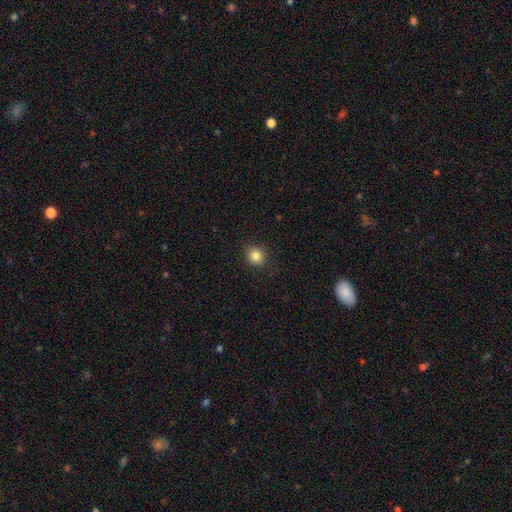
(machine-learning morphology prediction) Overall: smooth (84%). How rounded: round (82%). Merging: none (89%).